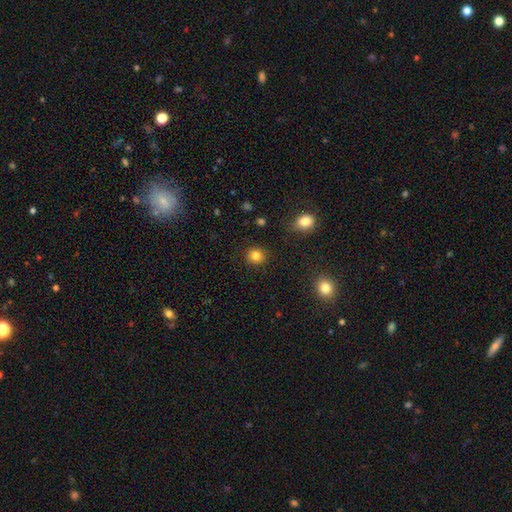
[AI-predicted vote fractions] Smooth or featured?
  - smooth: 83% *
  - star or artifact: 11%
  - featured or disk: 6%
How rounded?
  - round: 86% *
  - in between: 13%
  - cigar-shaped: 1%
Merging?
  - none: 89% *
  - minor disturbance: 7%
  - major disturbance: 2%
  - merger: 2%